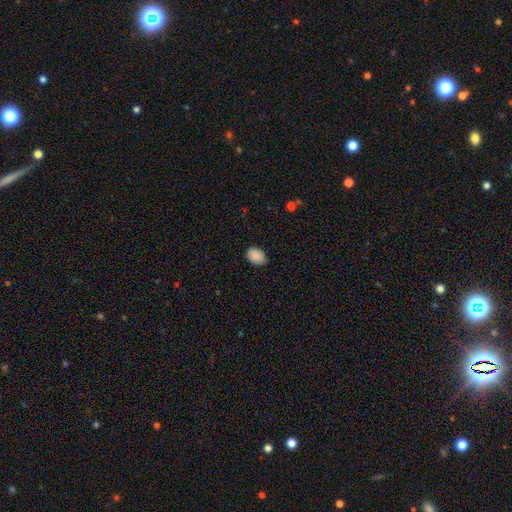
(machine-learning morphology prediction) type=smooth (89%); roundness=in between (82%); merging=none (81%).